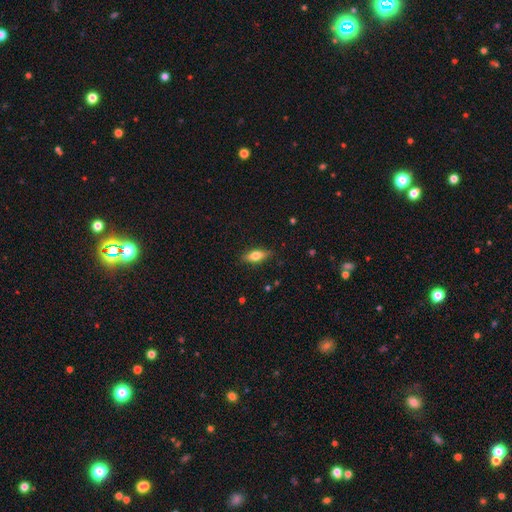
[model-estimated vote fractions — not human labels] Morphology: type=smooth (67%); roundness=in between (68%); merging=none (84%).